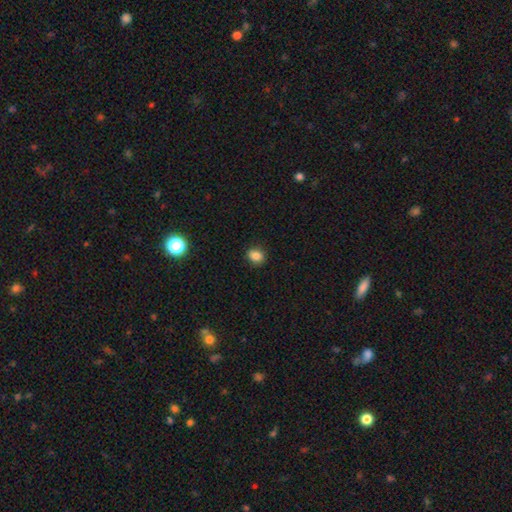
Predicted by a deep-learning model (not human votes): Morphology: type=smooth (85%); roundness=round (56%); merging=none (88%).